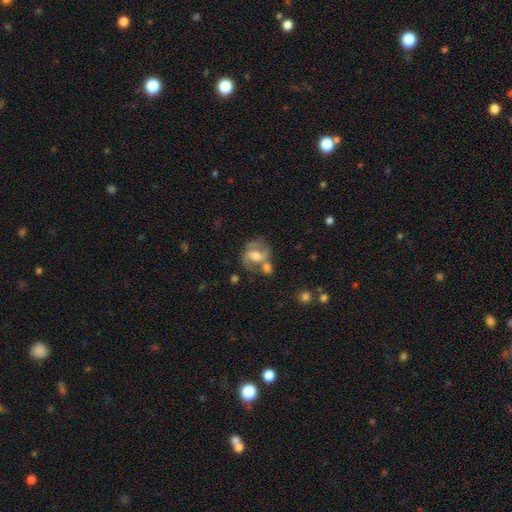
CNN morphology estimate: Smooth or featured: featured or disk — 71% (smooth — 21%)
Edge-on disk: no — 97% (yes — 3%)
Bar: weak — 46% (no — 30%)
Spiral arms: yes — 88% (no — 12%)
Spiral winding: medium — 54% (loose — 25%)
Spiral arm count: 2 — 84% (can't tell — 7%)
Bulge size: moderate — 61% (small — 22%)
Merging: none — 45% (merger — 28%)